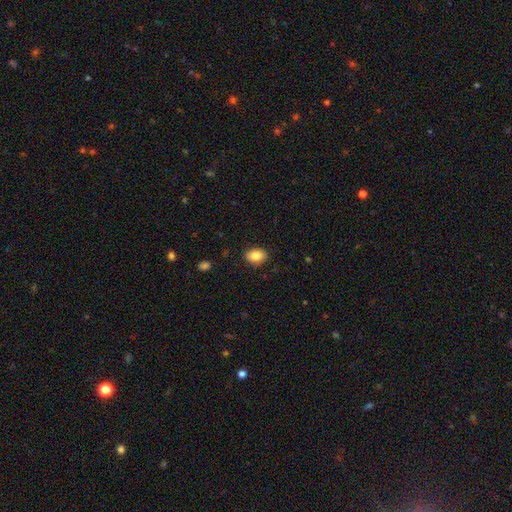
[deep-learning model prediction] A smooth galaxy with no disk features (85%) that is in between round and cigar-shaped (80%). Merging: none (86%).